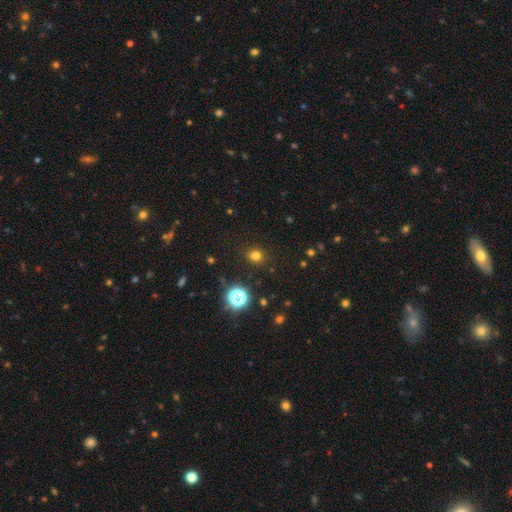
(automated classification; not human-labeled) smooth_or_featured: smooth (p=0.72) [alt: star or artifact p=0.22]
how_rounded: round (p=0.72) [alt: in between p=0.27]
merging: none (p=0.86) [alt: minor disturbance p=0.09]